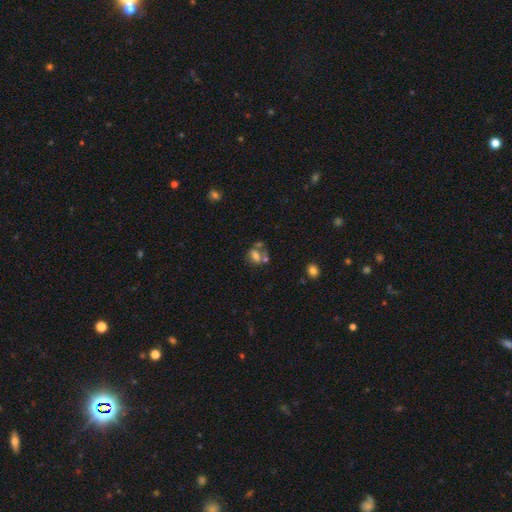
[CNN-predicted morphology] A smooth galaxy with no disk features (58%) that is in between round and cigar-shaped (73%). Merging: merger (38%).